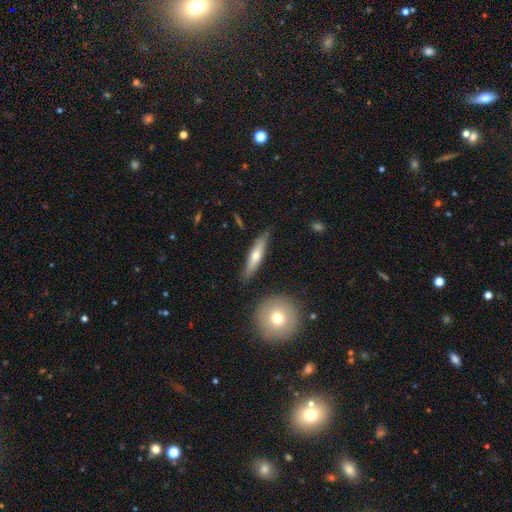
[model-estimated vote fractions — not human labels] Smooth or featured: smooth — 53% (featured or disk — 41%)
How rounded: cigar-shaped — 82% (in between — 16%)
Merging: none — 83% (minor disturbance — 12%)